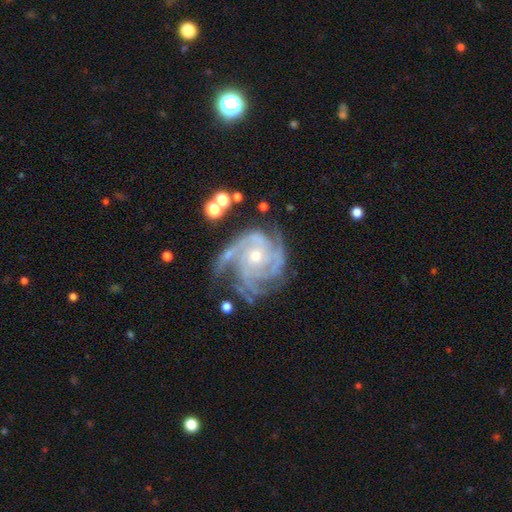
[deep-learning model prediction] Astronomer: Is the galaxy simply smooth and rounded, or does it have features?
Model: featured or disk — 92%.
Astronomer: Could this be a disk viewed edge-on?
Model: no — 98%.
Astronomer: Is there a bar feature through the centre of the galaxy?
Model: no — 73%.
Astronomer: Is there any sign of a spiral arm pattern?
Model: yes — 99%.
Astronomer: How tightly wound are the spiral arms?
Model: tight — 66%.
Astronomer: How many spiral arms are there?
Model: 4 — 35% (runner-up: 3, 34%).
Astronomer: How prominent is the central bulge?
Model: small — 63%.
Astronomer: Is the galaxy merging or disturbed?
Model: none — 64%.